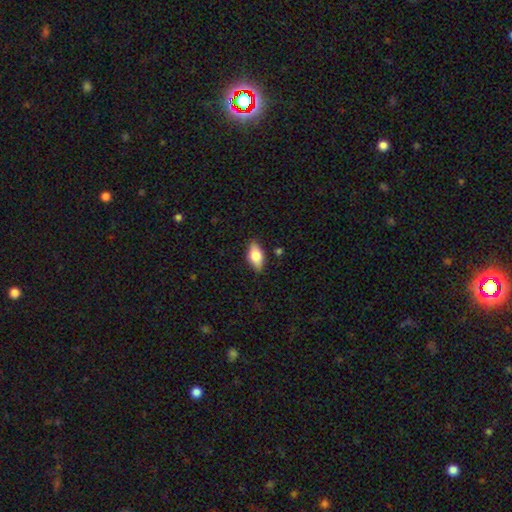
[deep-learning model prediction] Morphology: type=smooth (73%); roundness=in between (88%); merging=none (84%).